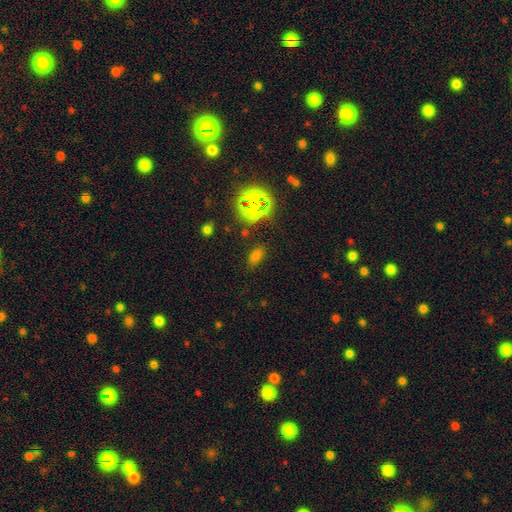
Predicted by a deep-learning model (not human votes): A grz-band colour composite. It shows a smooth galaxy with no disk features (67%) that is in between round and cigar-shaped (87%). Merging: none (80%).